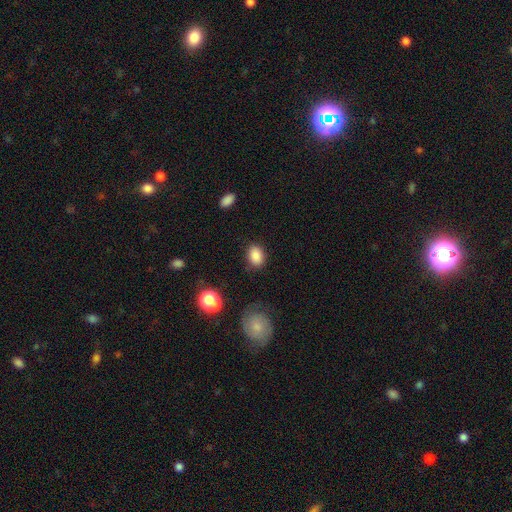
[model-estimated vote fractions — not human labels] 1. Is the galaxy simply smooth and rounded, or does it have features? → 86% smooth, 9% star or artifact, 4% featured or disk.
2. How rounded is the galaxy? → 74% in between, 25% round, 1% cigar-shaped.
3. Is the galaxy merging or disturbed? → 82% none, 13% minor disturbance, 4% major disturbance, 2% merger.